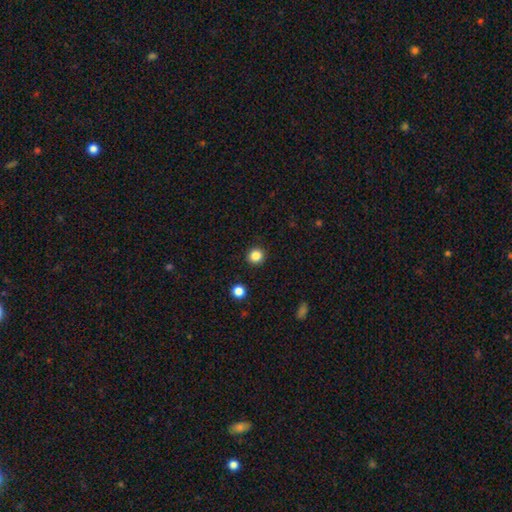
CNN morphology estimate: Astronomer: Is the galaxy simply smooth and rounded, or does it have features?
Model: smooth — 85%.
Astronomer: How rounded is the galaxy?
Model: round — 93%.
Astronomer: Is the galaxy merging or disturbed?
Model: none — 92%.